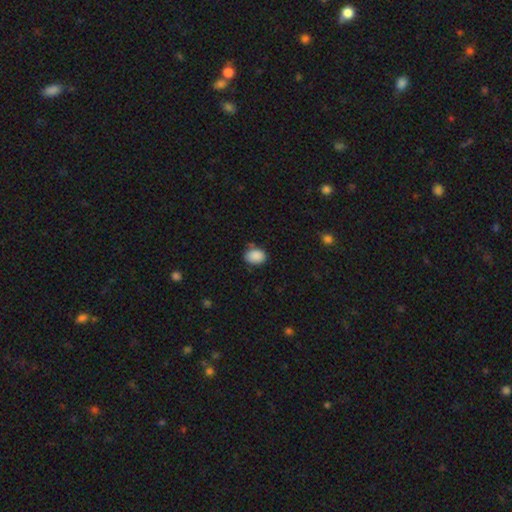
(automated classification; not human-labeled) This appears to be a smooth galaxy with no disk features (88%) that is in between round and cigar-shaped (72%). Merging: none (70%).